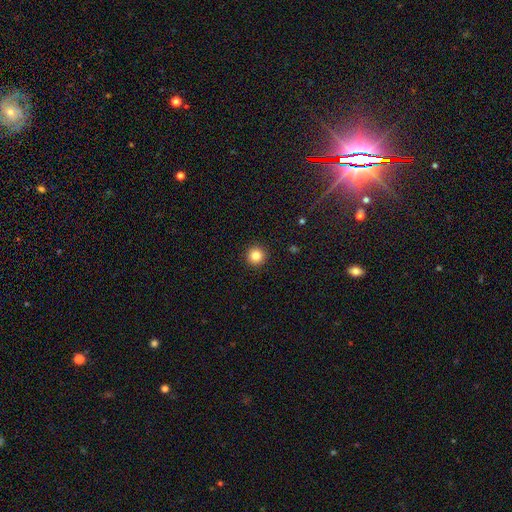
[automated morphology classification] smooth 84%, star or artifact 11%, featured or disk 5%. Down the decision tree: how rounded — round (96%); merging — none (93%).